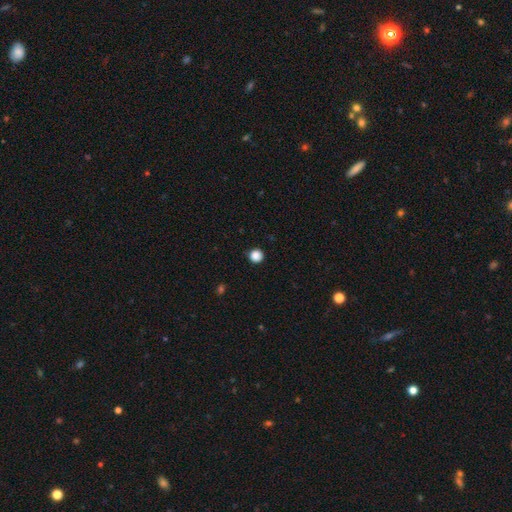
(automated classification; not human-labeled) This appears to be a smooth galaxy with no disk features (87%) that is round (95%). Merging: none (92%).